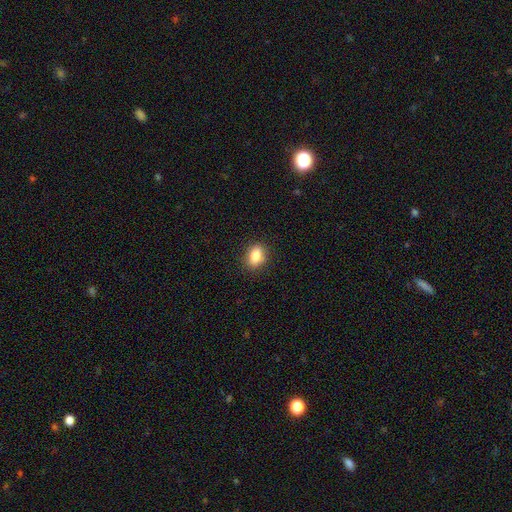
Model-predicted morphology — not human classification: The model was most divided on "how rounded": in between: 75%, round: 22%, cigar-shaped: 2%. More confident: merging — none (86%); smooth or featured — smooth (84%).